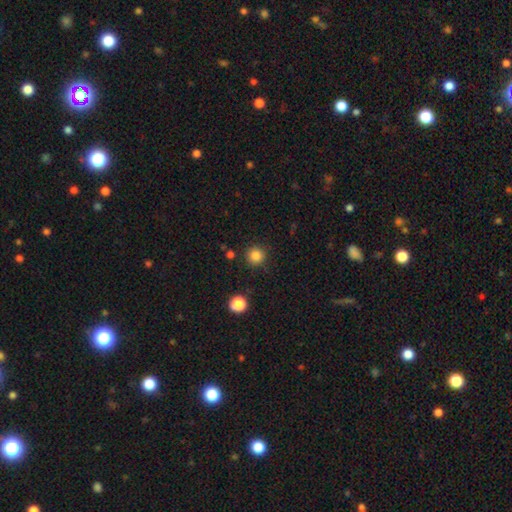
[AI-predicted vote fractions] Overall: smooth (84%). How rounded: round (95%). Merging: none (89%).